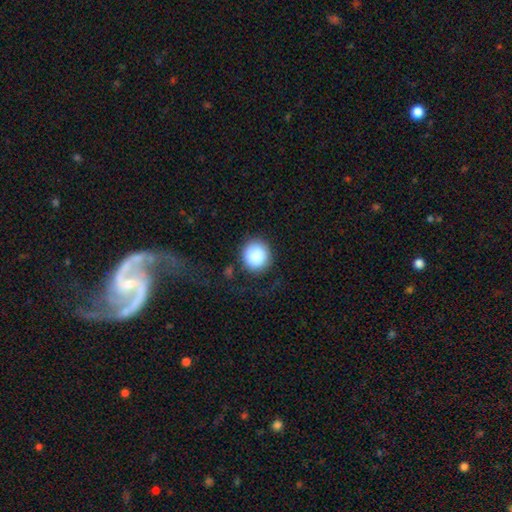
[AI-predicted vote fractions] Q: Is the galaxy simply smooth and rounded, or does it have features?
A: smooth — 88%.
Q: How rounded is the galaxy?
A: round — 89%.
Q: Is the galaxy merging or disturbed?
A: none — 74%.